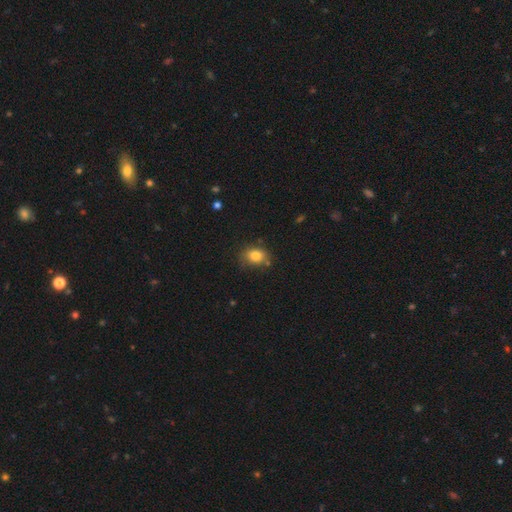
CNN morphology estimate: Smooth or featured: smooth — 81% (star or artifact — 10%)
How rounded: in between — 52% (round — 47%)
Merging: none — 71% (minor disturbance — 20%)